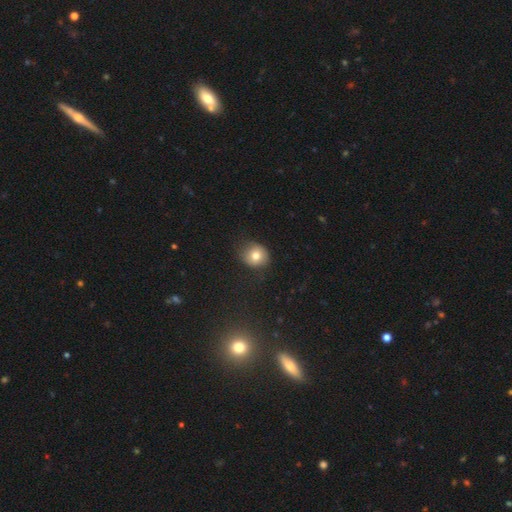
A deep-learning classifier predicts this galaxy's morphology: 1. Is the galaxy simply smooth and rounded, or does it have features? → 76% smooth, 13% featured or disk, 12% star or artifact.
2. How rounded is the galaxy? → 79% round, 20% in between, 1% cigar-shaped.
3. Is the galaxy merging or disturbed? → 70% none, 21% minor disturbance, 7% major disturbance, 1% merger.